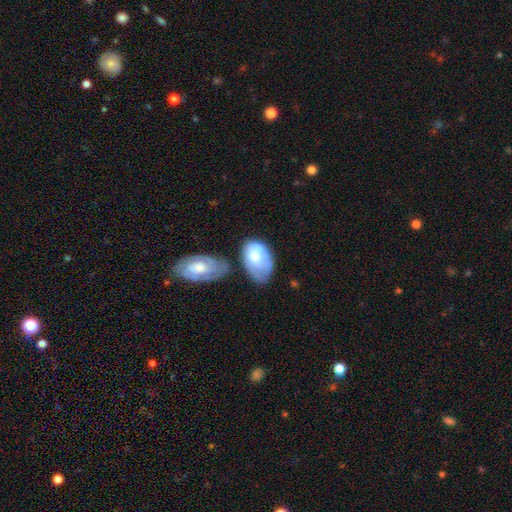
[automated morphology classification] The model was most divided on "merging": none: 33%, minor disturbance: 30%, merger: 20%, major disturbance: 17%. More confident: how rounded — in between (90%); smooth or featured — smooth (57%).